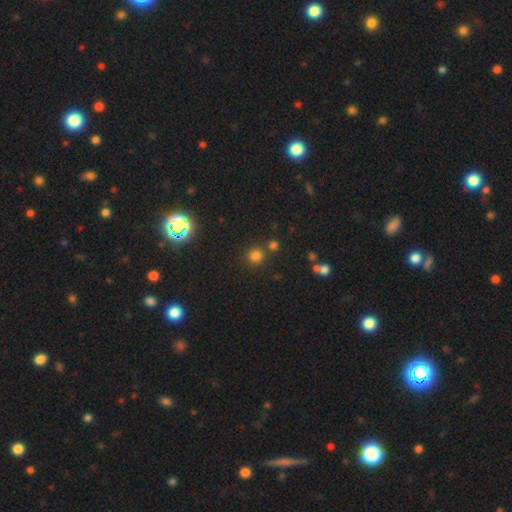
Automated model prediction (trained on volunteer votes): Morphology: type=smooth (74%); roundness=round (91%); merging=none (77%).